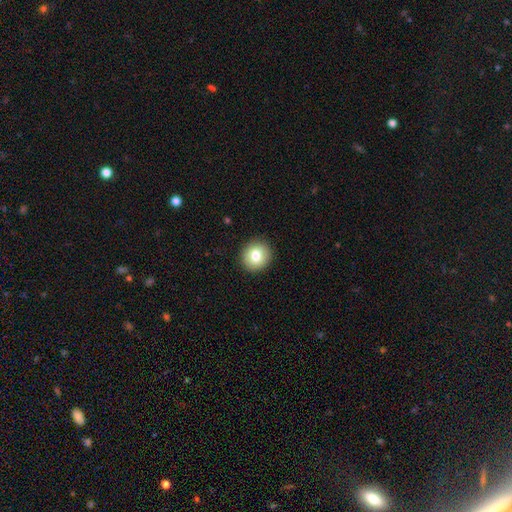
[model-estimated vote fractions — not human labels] Q: Smooth or featured?
A: smooth (80%); runner-up: featured or disk (11%)
Q: How rounded?
A: round (88%); runner-up: in between (11%)
Q: Merging?
A: none (91%); runner-up: minor disturbance (6%)